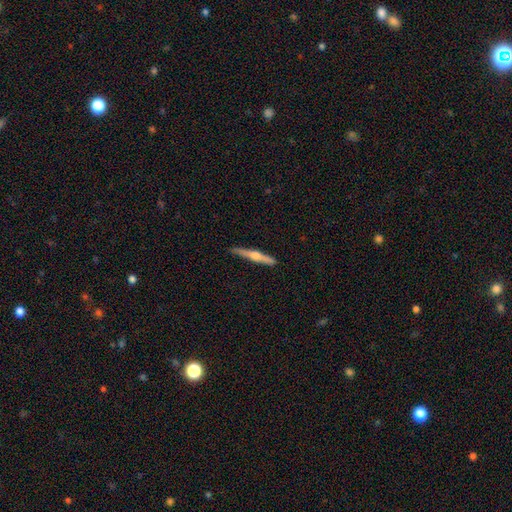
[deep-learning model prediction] Smooth or featured? featured or disk (67%)
Edge-on disk? yes (98%)
Edge-on bulge? rounded (88%)
Merging? none (90%)